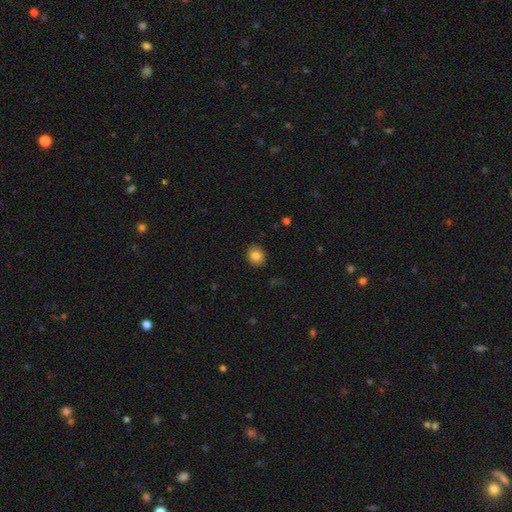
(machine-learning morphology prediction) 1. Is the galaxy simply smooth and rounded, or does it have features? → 84% smooth, 9% star or artifact, 7% featured or disk.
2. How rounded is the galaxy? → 63% round, 37% in between, 1% cigar-shaped.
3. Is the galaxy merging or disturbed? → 89% none, 8% minor disturbance, 2% major disturbance, 1% merger.